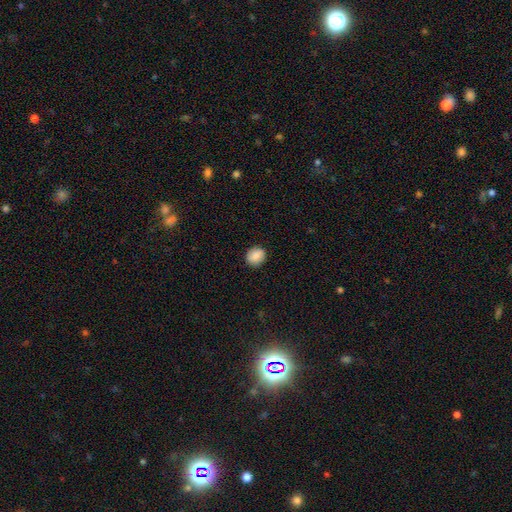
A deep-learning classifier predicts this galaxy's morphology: Overall: smooth (85%). How rounded: round (76%). Merging: none (88%).